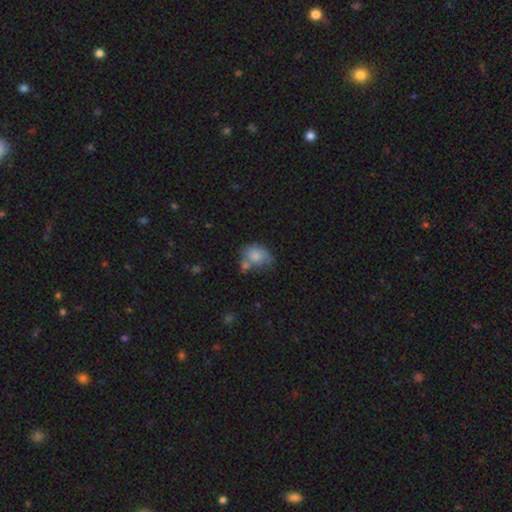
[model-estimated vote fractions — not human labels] This is likely a smooth galaxy (74%). How rounded: possibly in between (58%). Merging: marginally none (33%).